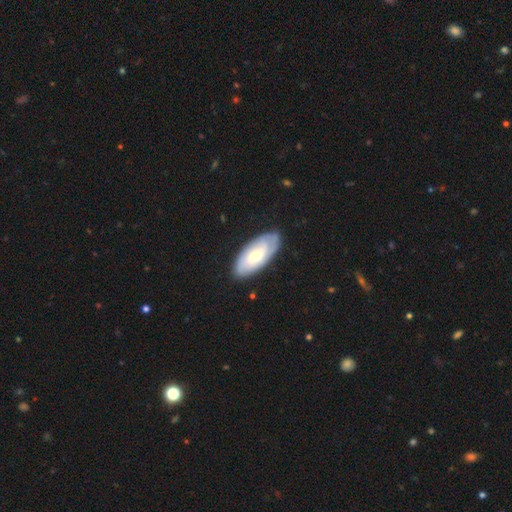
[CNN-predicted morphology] type=featured or disk (54%); edge-on=no (88%); merging=none (81%).